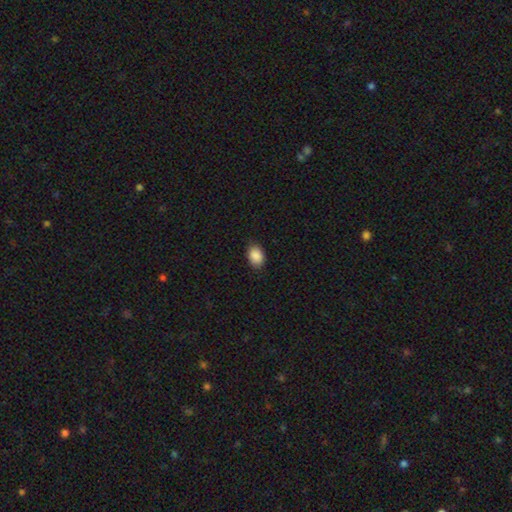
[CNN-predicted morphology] type=smooth (89%); roundness=in between (79%); merging=none (85%).